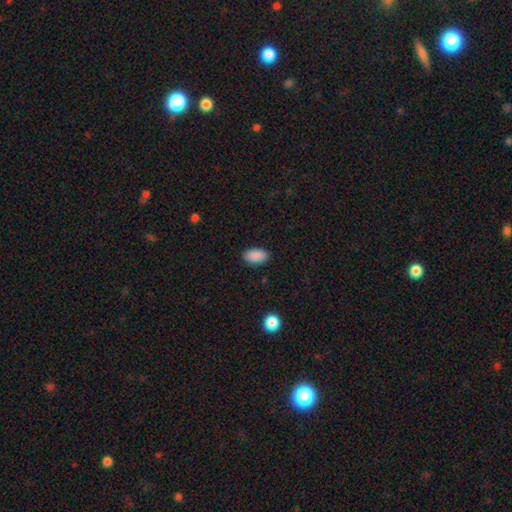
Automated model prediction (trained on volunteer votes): Smooth or featured: smooth — 90% (star or artifact — 7%)
How rounded: in between — 94% (round — 5%)
Merging: none — 88% (minor disturbance — 9%)